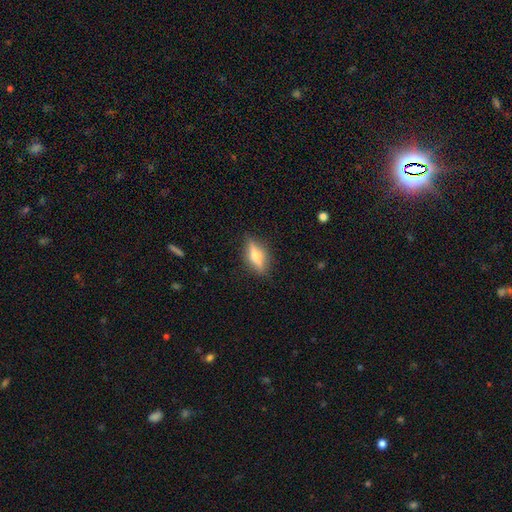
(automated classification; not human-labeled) smooth-or-featured: featured or disk: 55% | smooth: 37% | star or artifact: 8%
  disk-edge-on: yes: 91% | no: 9%
    edge-on-bulge: rounded: 90% | boxy: 6% | none: 4%
  merging: none: 86% | minor disturbance: 10% | major disturbance: 3% | merger: 1%